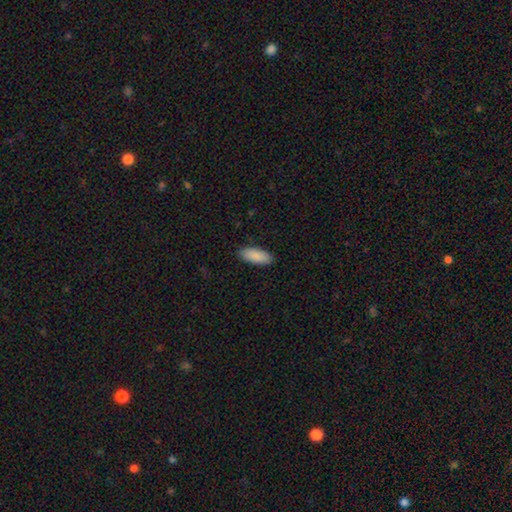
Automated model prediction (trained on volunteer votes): The model was most divided on "how rounded": in between: 83%, cigar-shaped: 16%, round: 2%. More confident: smooth or featured — smooth (90%); merging — none (88%).